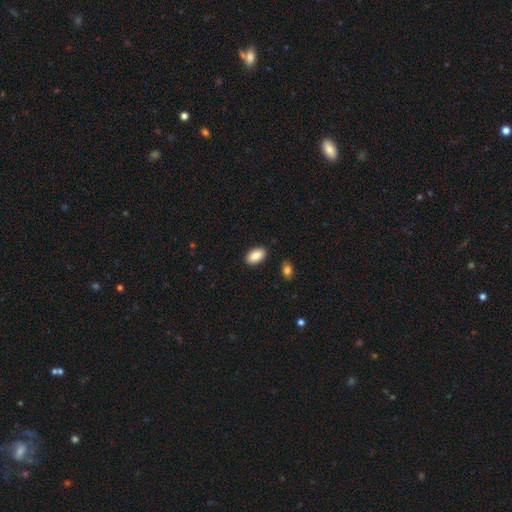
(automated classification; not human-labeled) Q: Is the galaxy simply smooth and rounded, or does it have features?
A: smooth — 87%.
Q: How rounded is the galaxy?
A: in between — 94%.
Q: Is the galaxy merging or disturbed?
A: none — 88%.